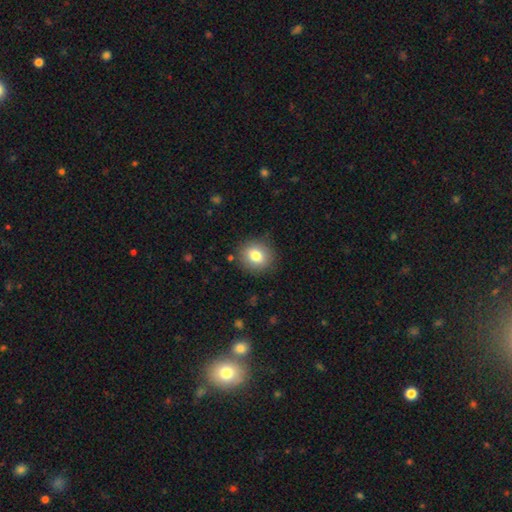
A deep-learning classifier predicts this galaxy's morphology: The model was most divided on "how rounded": round: 80%, in between: 19%, cigar-shaped: 1%. More confident: merging — none (87%); smooth or featured — smooth (79%).